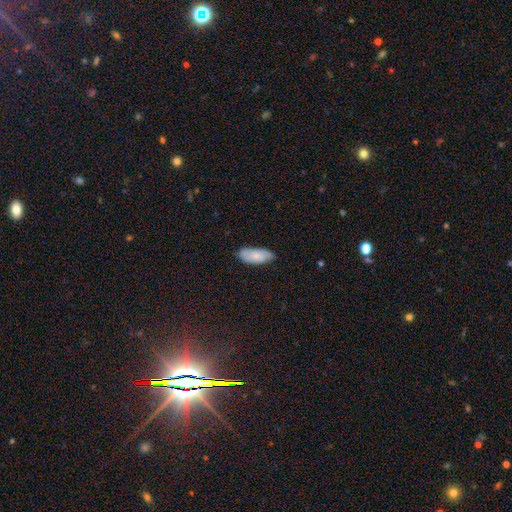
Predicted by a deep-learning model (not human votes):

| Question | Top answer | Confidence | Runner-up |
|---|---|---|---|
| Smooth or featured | smooth | 74% | featured or disk (20%) |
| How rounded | in between | 81% | cigar-shaped (17%) |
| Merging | none | 73% | minor disturbance (22%) |